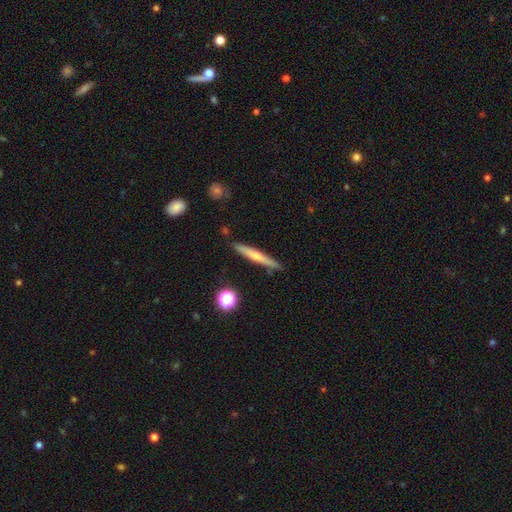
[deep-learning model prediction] A smooth galaxy with no disk features (53%) that is cigar-shaped (94%).

Vote fractions:
- Smooth or featured? smooth: 53% / featured or disk: 40% / star or artifact: 7%
- How rounded? cigar-shaped: 94% / in between: 4% / round: 2%
- Merging? none: 87% / minor disturbance: 9% / merger: 2% / major disturbance: 2%